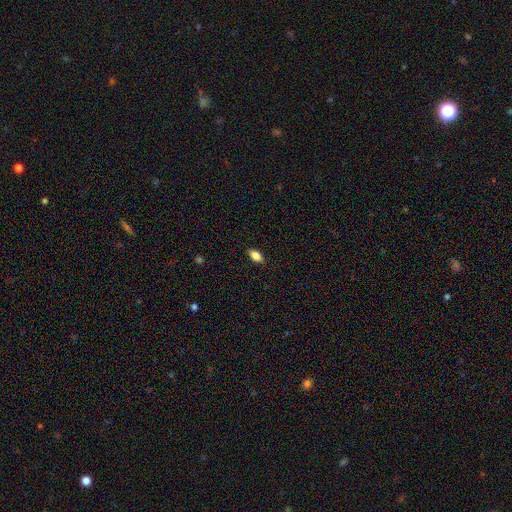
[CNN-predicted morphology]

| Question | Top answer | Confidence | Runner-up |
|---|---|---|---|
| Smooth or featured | smooth | 85% | star or artifact (9%) |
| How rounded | in between | 90% | round (7%) |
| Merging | none | 88% | minor disturbance (9%) |